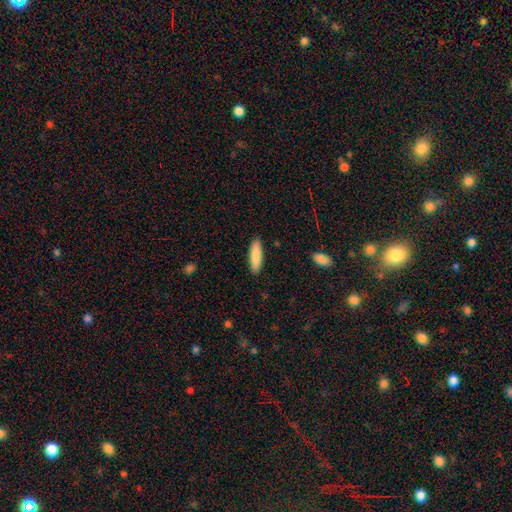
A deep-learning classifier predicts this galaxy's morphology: smooth-or-featured: smooth: 88% | featured or disk: 7% | star or artifact: 5%
  how-rounded: cigar-shaped: 70% | in between: 29% | round: 1%
  merging: none: 90% | minor disturbance: 7% | major disturbance: 2% | merger: 1%